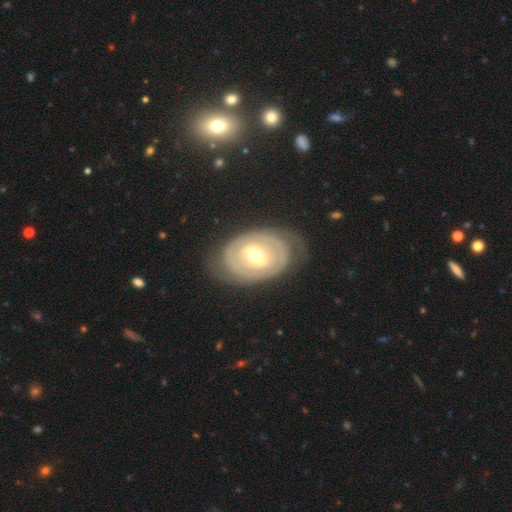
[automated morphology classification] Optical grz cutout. It shows a featured or disk galaxy (77%) with a weak bar (47%), 2 (43%) tight (74%) spiral arms (71%) and a moderate central bulge (61%). Merging: none (74%).